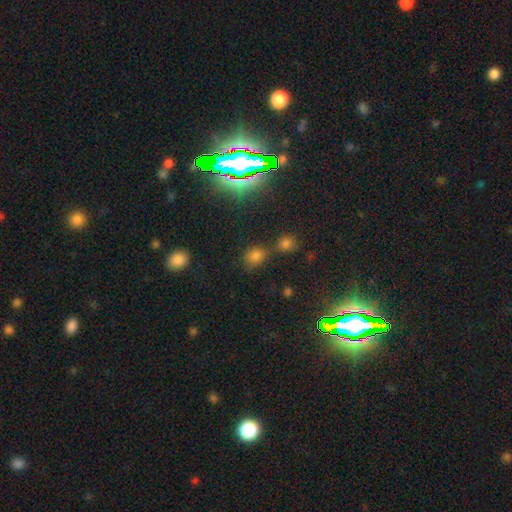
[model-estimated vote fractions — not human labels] Smooth or featured?
  - smooth: 64% *
  - star or artifact: 29%
  - featured or disk: 7%
How rounded?
  - round: 55% *
  - in between: 43%
  - cigar-shaped: 2%
Merging?
  - none: 59% *
  - merger: 22%
  - minor disturbance: 14%
  - major disturbance: 6%